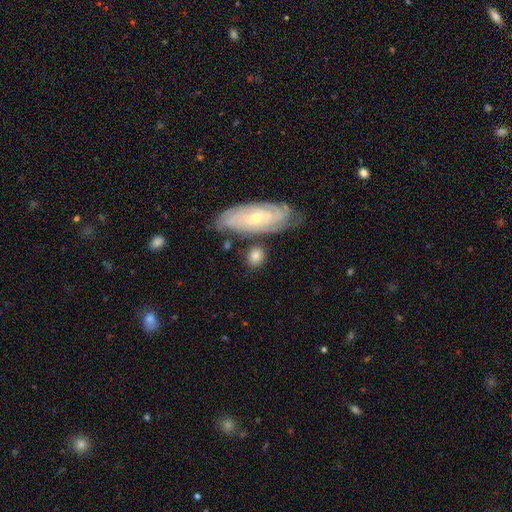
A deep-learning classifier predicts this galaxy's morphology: type=smooth (63%); roundness=round (51%); merging=none (69%).